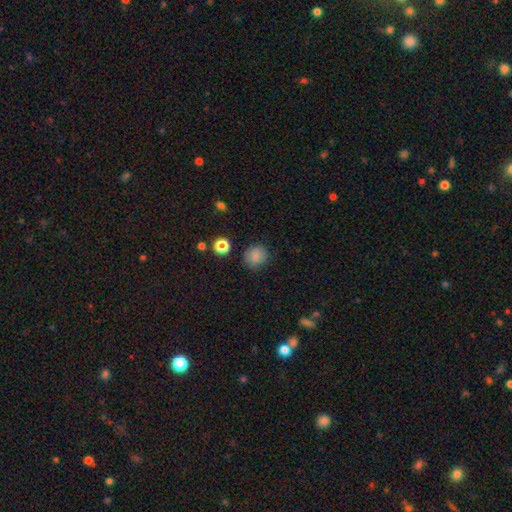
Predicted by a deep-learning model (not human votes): A smooth galaxy with no disk features (82%) that is round (80%). Merging: none (82%).